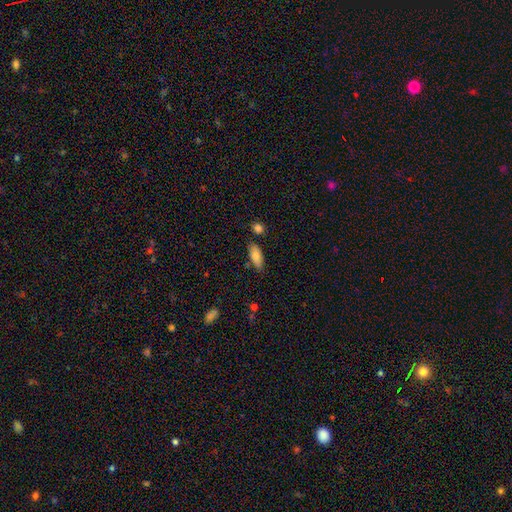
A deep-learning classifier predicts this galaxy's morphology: Smooth or featured?
  - smooth: 80% *
  - featured or disk: 13%
  - star or artifact: 7%
How rounded?
  - in between: 74% *
  - cigar-shaped: 23%
  - round: 3%
Merging?
  - none: 76% *
  - minor disturbance: 16%
  - merger: 5%
  - major disturbance: 3%